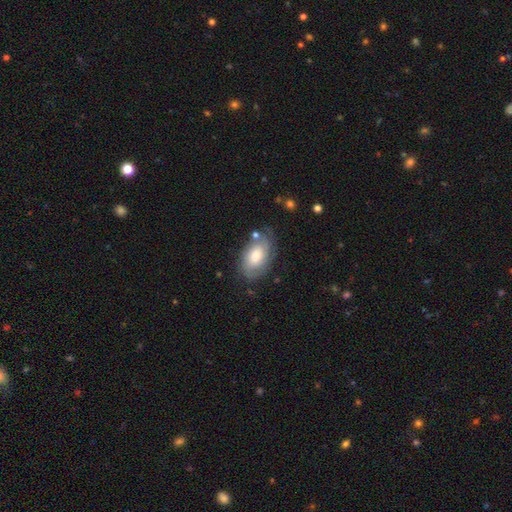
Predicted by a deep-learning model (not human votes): Smooth or featured?
  - smooth: 56% *
  - featured or disk: 37%
  - star or artifact: 7%
How rounded?
  - in between: 92% *
  - round: 7%
  - cigar-shaped: 2%
Merging?
  - none: 64% *
  - minor disturbance: 23%
  - major disturbance: 9%
  - merger: 4%